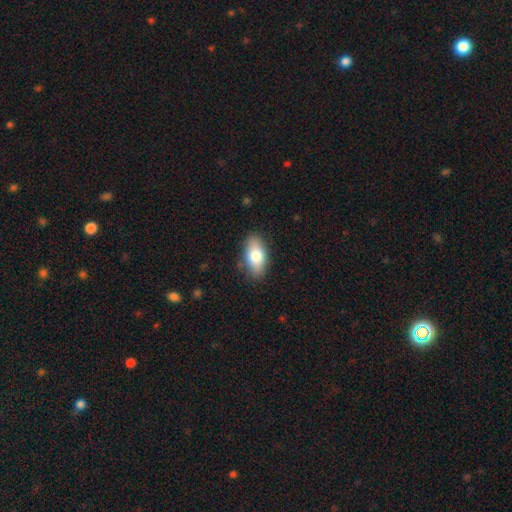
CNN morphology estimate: A smooth galaxy with no disk features (77%) that is in between round and cigar-shaped (89%). Merging: none (84%).